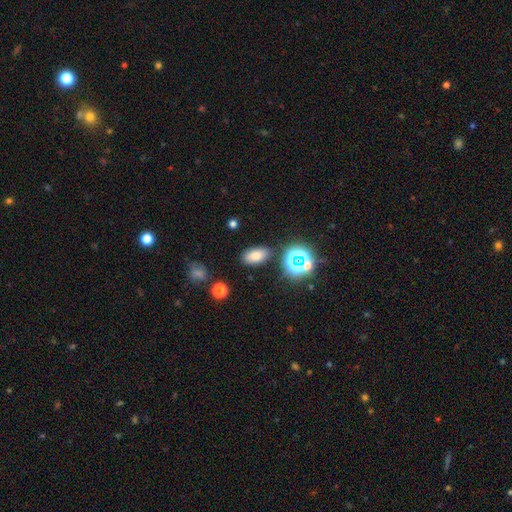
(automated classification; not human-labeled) smooth_or_featured: smooth (p=0.71) [alt: star or artifact p=0.19]
how_rounded: in between (p=0.88) [alt: round p=0.09]
merging: none (p=0.84) [alt: minor disturbance p=0.10]